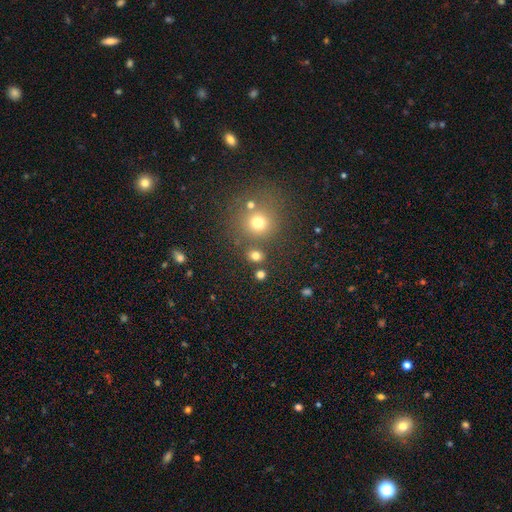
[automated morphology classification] A smooth galaxy with no disk features (74%) that is round (76%).

Vote fractions:
- Smooth or featured? smooth: 74% / star or artifact: 19% / featured or disk: 7%
- How rounded? round: 76% / in between: 23% / cigar-shaped: 1%
- Merging? none: 77% / merger: 11% / minor disturbance: 8% / major disturbance: 4%